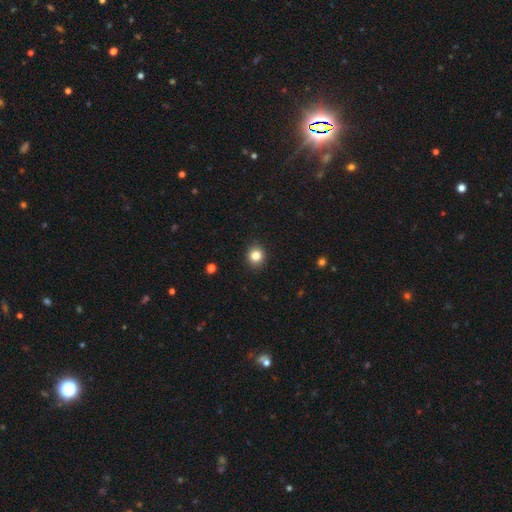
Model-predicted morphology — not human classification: smooth_or_featured: smooth (p=0.84) [alt: star or artifact p=0.11]
how_rounded: round (p=0.87) [alt: in between p=0.12]
merging: none (p=0.91) [alt: minor disturbance p=0.06]